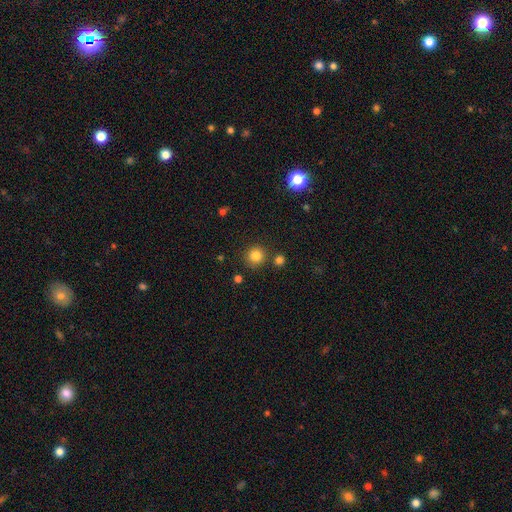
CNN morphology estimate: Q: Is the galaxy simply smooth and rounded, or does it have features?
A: smooth — 83%.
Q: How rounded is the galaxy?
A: round — 94%.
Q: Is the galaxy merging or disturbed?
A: none — 84%.